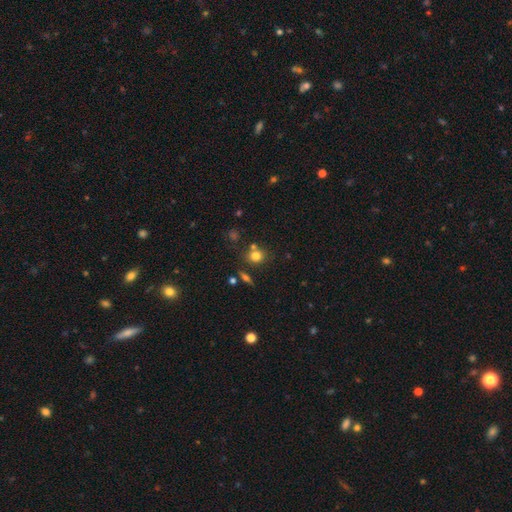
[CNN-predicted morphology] This is likely a smooth galaxy (77%). How rounded: likely round (72%). Merging: likely none (69%).